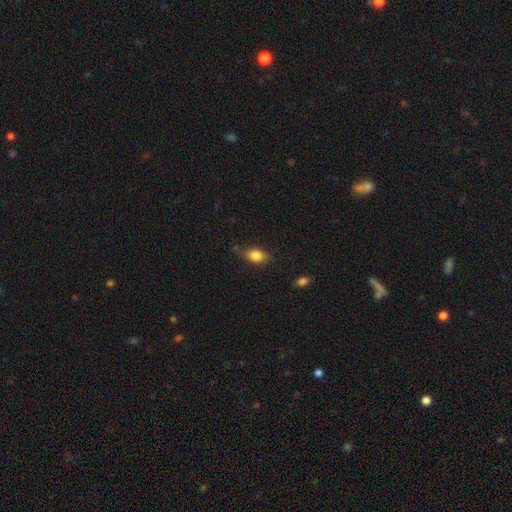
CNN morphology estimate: A smooth galaxy with no disk features (81%) that is in between round and cigar-shaped (81%). Merging: none (68%).